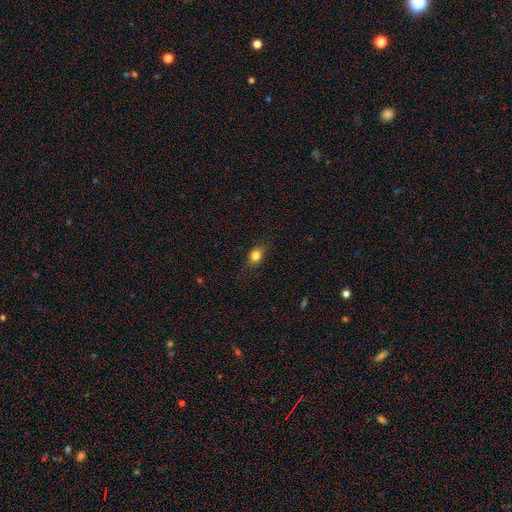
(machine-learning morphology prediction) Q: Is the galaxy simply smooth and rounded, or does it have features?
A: smooth — 81%.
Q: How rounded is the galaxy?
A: in between — 58%.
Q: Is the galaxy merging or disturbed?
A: none — 80%.